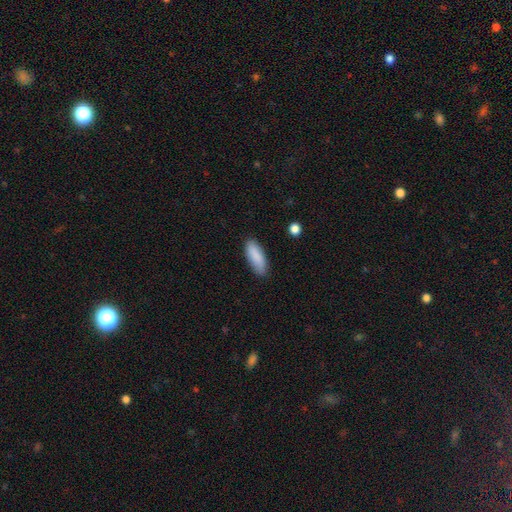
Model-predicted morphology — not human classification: Smooth or featured? Predicted: smooth (p=0.88). How rounded? Predicted: in between (p=0.69). Merging? Predicted: none (p=0.86).